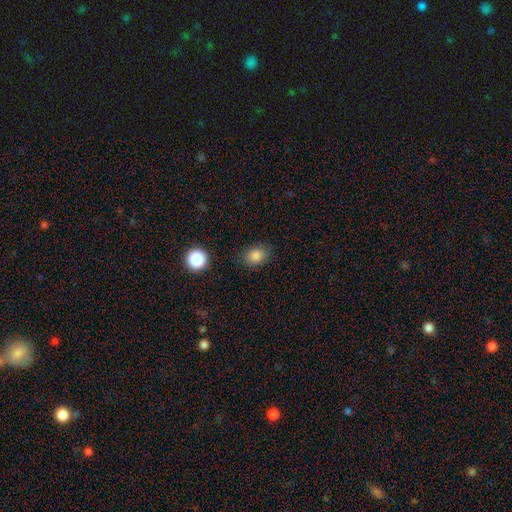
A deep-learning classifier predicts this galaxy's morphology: smooth_or_featured: smooth (p=0.83) [alt: star or artifact p=0.12]
how_rounded: in between (p=0.59) [alt: round p=0.40]
merging: none (p=0.81) [alt: minor disturbance p=0.13]